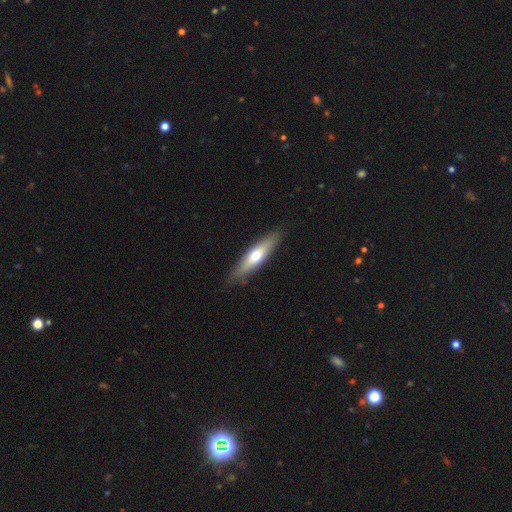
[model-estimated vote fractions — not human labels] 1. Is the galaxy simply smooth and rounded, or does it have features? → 51% smooth, 43% featured or disk, 5% star or artifact.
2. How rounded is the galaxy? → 73% cigar-shaped, 25% in between, 2% round.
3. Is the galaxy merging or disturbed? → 86% none, 11% minor disturbance, 2% major disturbance, 1% merger.